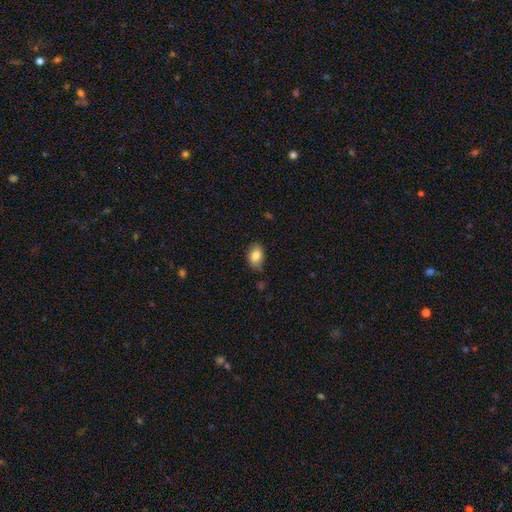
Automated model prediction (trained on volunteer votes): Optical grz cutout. It shows a smooth galaxy with no disk features (84%) that is in between round and cigar-shaped (81%). Merging: none (77%).